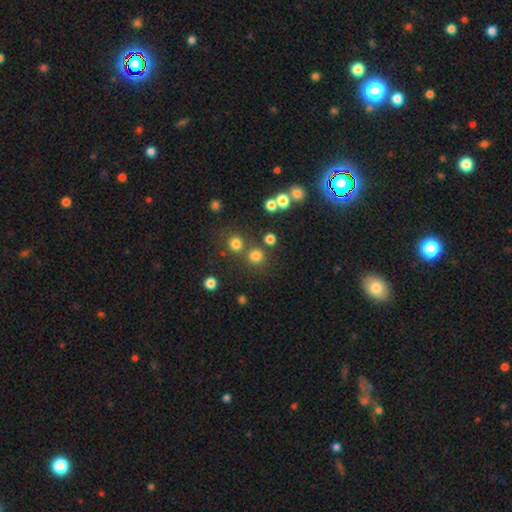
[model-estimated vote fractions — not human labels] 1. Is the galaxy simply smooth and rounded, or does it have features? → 76% smooth, 18% star or artifact, 5% featured or disk.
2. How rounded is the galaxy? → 93% round, 6% in between, 1% cigar-shaped.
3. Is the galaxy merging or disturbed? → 76% none, 14% merger, 7% minor disturbance, 4% major disturbance.